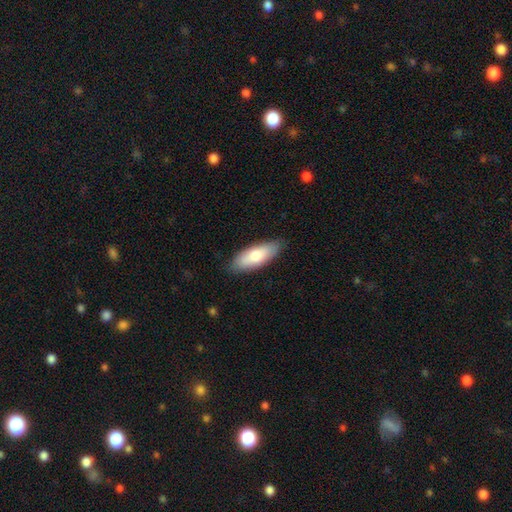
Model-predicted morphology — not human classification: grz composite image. It shows a smooth galaxy with no disk features (73%) that is in between round and cigar-shaped (70%). Merging: none (85%).